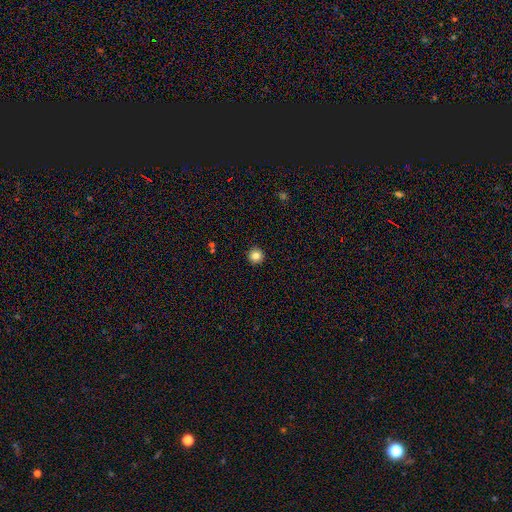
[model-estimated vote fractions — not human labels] The model was most divided on "smooth or featured": smooth: 84%, star or artifact: 11%, featured or disk: 5%. More confident: how rounded — round (96%); merging — none (93%).